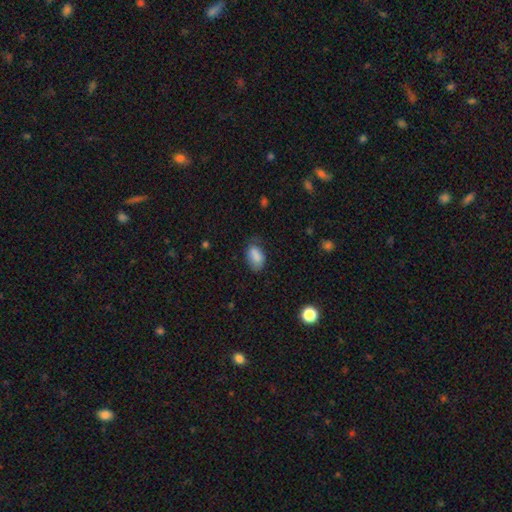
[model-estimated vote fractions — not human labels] smooth 84%, star or artifact 8%, featured or disk 8%. Down the decision tree: how rounded — in between (90%); merging — none (62%).